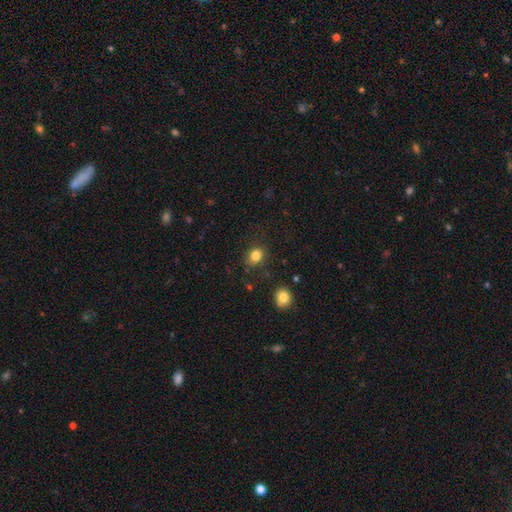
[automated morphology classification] The model was most divided on "how rounded": round: 61%, in between: 38%, cigar-shaped: 1%. More confident: smooth or featured — smooth (83%); merging — none (81%).